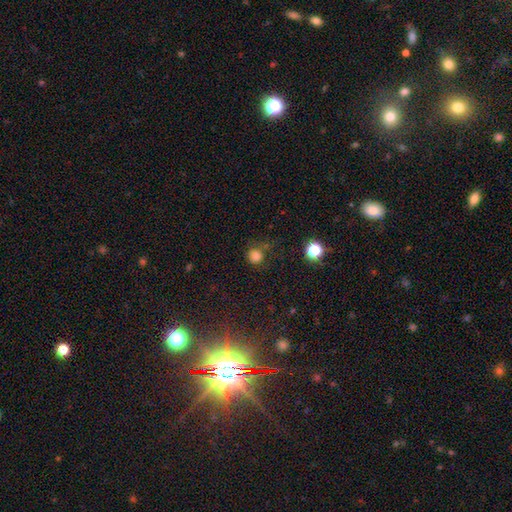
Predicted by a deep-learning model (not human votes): Smooth or featured? smooth (76%)
How rounded? round (91%)
Merging? none (68%)